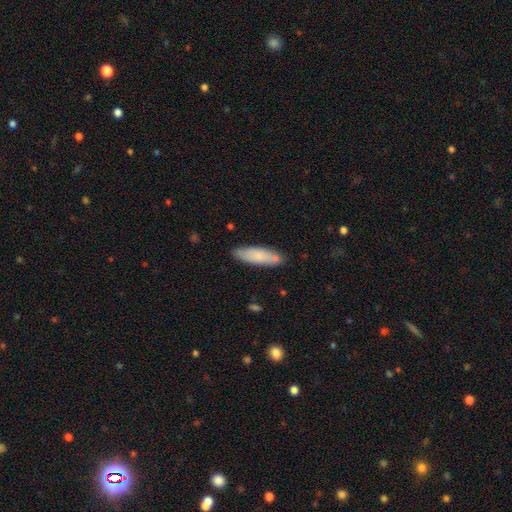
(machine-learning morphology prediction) type=smooth (77%); roundness=cigar-shaped (55%); merging=none (79%).